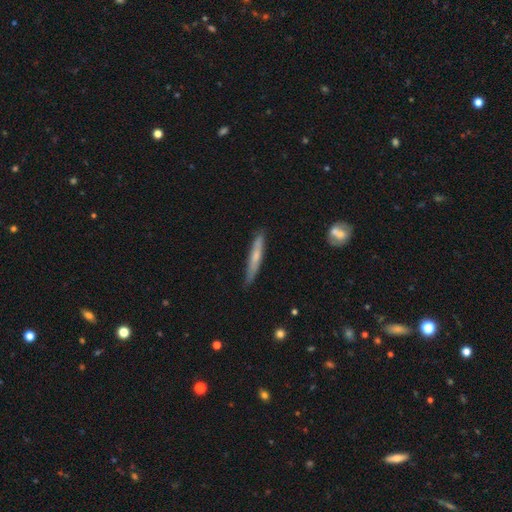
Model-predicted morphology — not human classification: Q: Smooth or featured?
A: smooth (54%); runner-up: featured or disk (40%)
Q: How rounded?
A: cigar-shaped (94%); runner-up: in between (4%)
Q: Merging?
A: none (83%); runner-up: minor disturbance (14%)